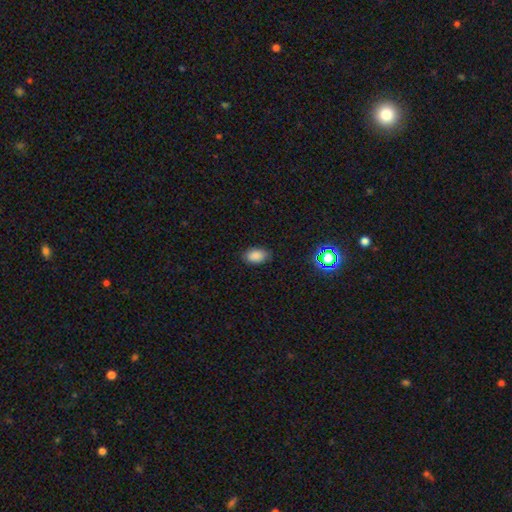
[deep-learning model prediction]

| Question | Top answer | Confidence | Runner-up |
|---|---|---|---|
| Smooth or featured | smooth | 85% | star or artifact (11%) |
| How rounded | in between | 90% | round (9%) |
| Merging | none | 84% | minor disturbance (12%) |